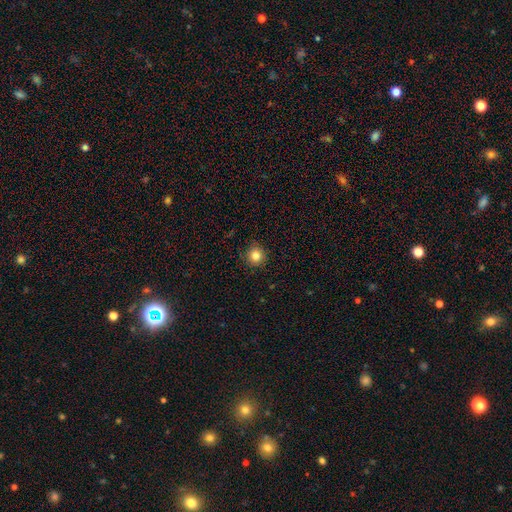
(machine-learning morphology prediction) This appears to be a smooth galaxy with no disk features (84%) that is round (92%). Merging: none (89%).